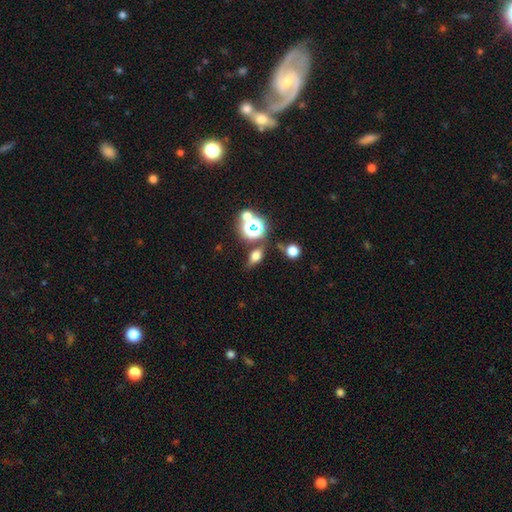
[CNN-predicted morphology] This appears to be a smooth galaxy with no disk features (56%) that is in between round and cigar-shaped (63%). Merging: none (76%).